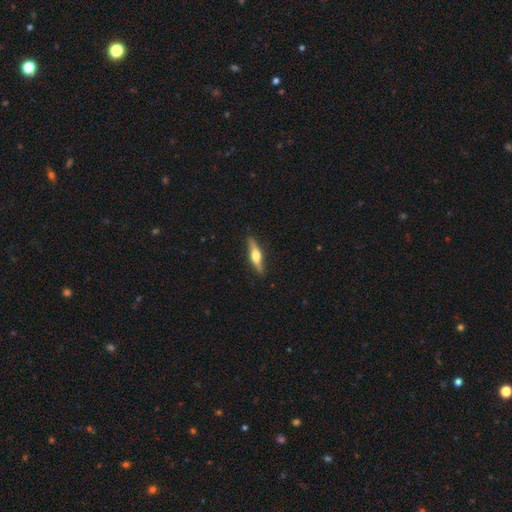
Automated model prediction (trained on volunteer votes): Morphology: type=featured or disk (67%); edge-on=yes (96%); edge-on bulge=rounded (93%); merging=none (89%).